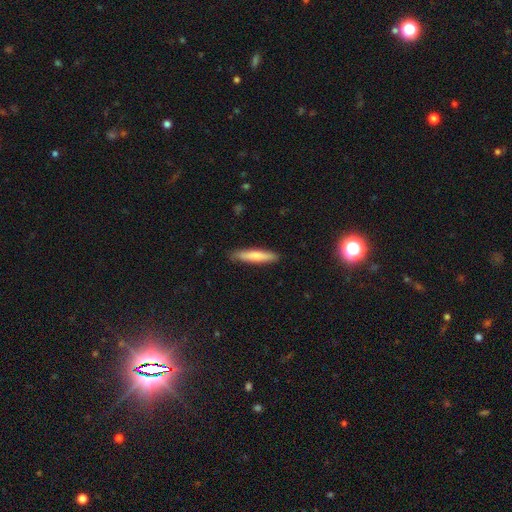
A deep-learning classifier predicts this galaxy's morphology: smooth 74%, featured or disk 21%, star or artifact 5%. Down the decision tree: how rounded — cigar-shaped (88%); merging — none (88%).